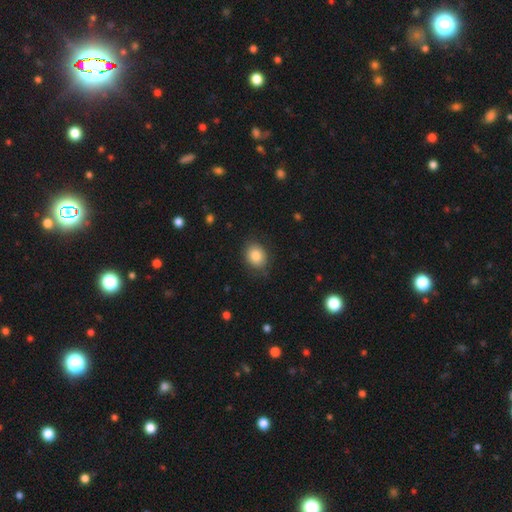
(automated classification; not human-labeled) This appears to be a smooth galaxy with no disk features (83%) that is in between round and cigar-shaped (53%). Merging: none (78%).